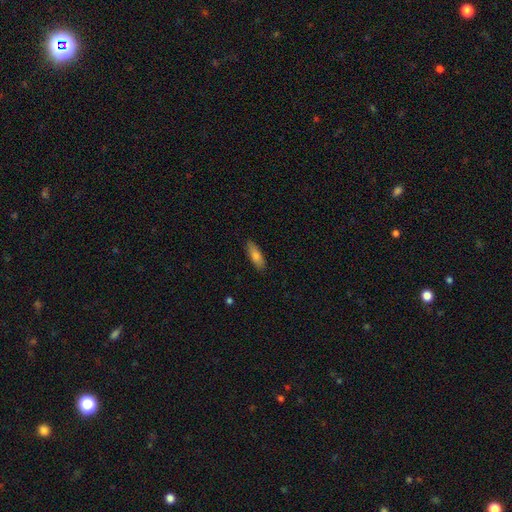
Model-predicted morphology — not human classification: smooth_or_featured: smooth (p=0.78) [alt: featured or disk p=0.16]
how_rounded: in between (p=0.60) [alt: cigar-shaped p=0.37]
merging: none (p=0.87) [alt: minor disturbance p=0.10]